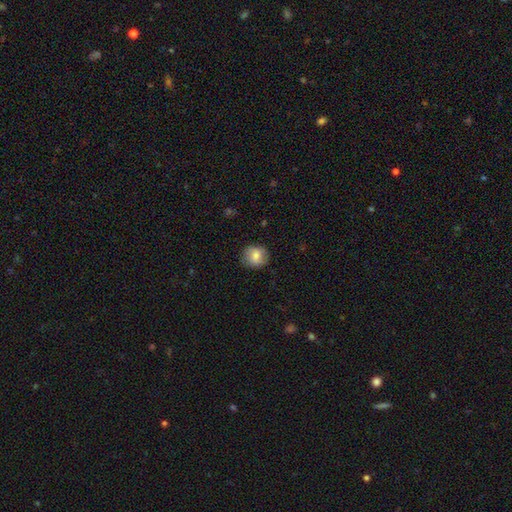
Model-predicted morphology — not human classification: Q: Smooth or featured?
A: smooth (75%); runner-up: featured or disk (17%)
Q: How rounded?
A: round (79%); runner-up: in between (20%)
Q: Merging?
A: none (83%); runner-up: minor disturbance (13%)